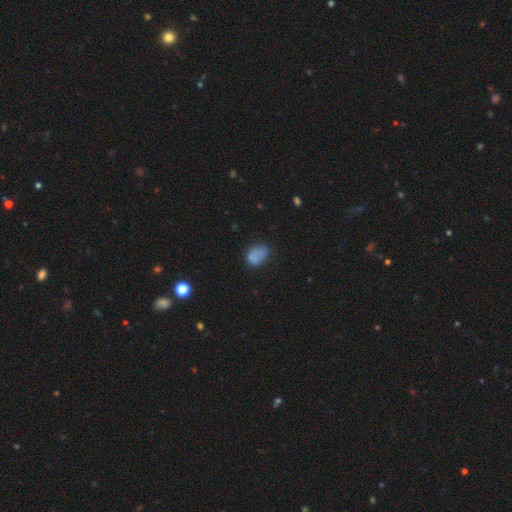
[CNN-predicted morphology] Overall: smooth (77%). How rounded: in between (71%). Merging: none (55%; minor disturbance 27%).